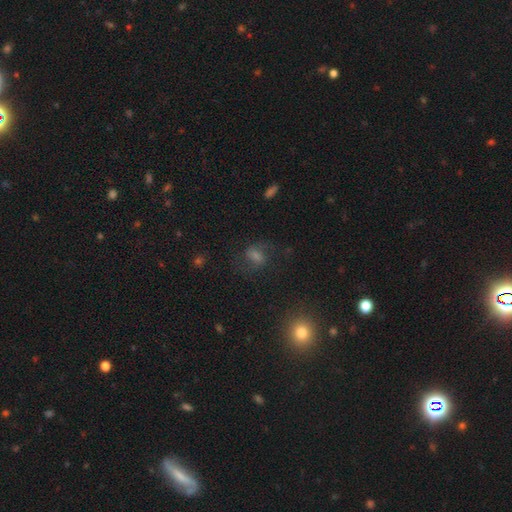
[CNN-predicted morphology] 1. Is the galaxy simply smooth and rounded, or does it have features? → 39% featured or disk, 37% smooth, 24% star or artifact.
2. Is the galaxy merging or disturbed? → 67% none, 17% minor disturbance, 14% major disturbance, 2% merger.